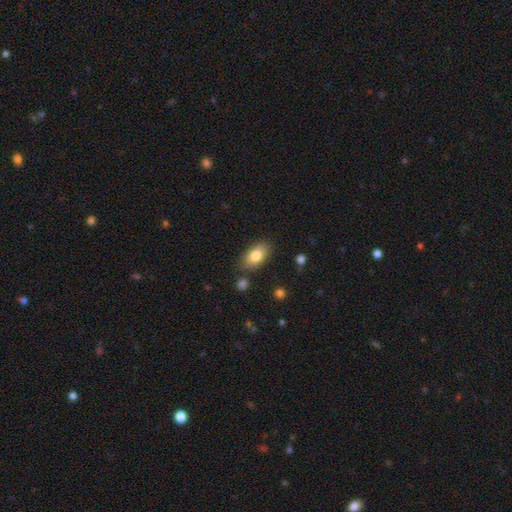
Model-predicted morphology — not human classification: Overall: smooth (81%). How rounded: in between (91%). Merging: none (79%).